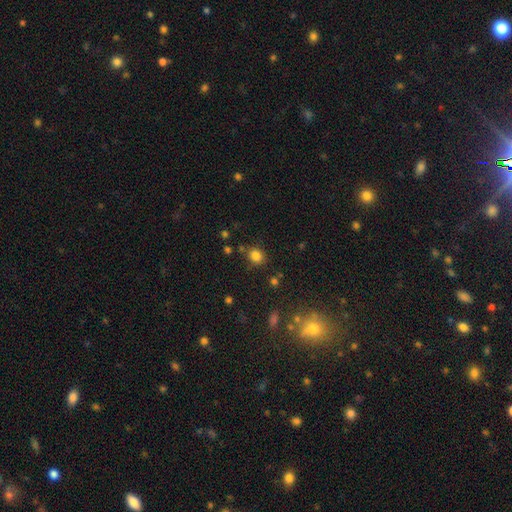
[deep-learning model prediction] Smooth or featured?
  - smooth: 82% *
  - star or artifact: 13%
  - featured or disk: 5%
How rounded?
  - round: 68% *
  - in between: 31%
  - cigar-shaped: 1%
Merging?
  - none: 79% *
  - minor disturbance: 12%
  - merger: 5%
  - major disturbance: 4%